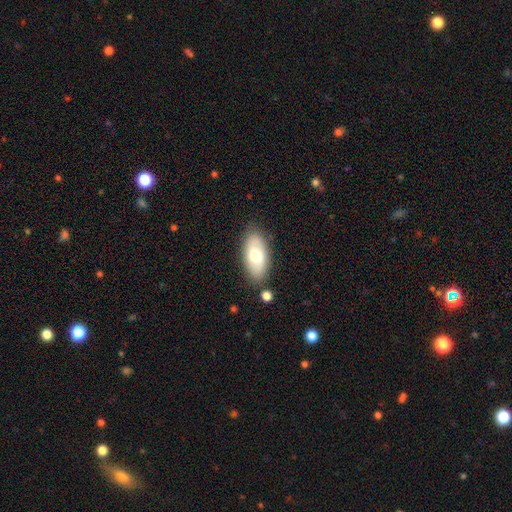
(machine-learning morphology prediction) The model was most divided on "smooth or featured": smooth: 68%, featured or disk: 25%, star or artifact: 6%. More confident: how rounded — in between (91%); merging — none (80%).